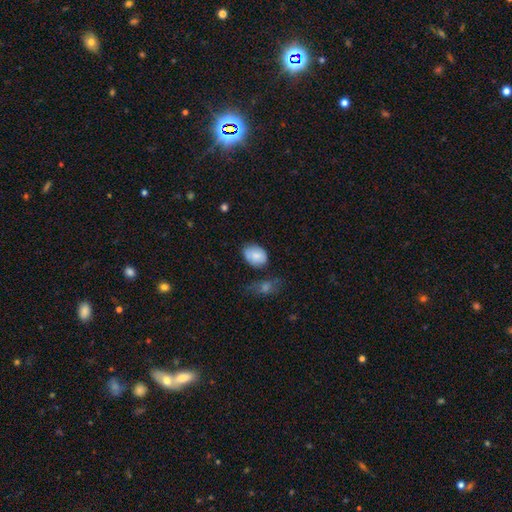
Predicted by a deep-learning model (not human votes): smooth-or-featured: smooth: 80% | featured or disk: 13% | star or artifact: 7%
  how-rounded: in between: 76% | round: 23% | cigar-shaped: 1%
  merging: none: 63% | minor disturbance: 23% | merger: 7% | major disturbance: 6%